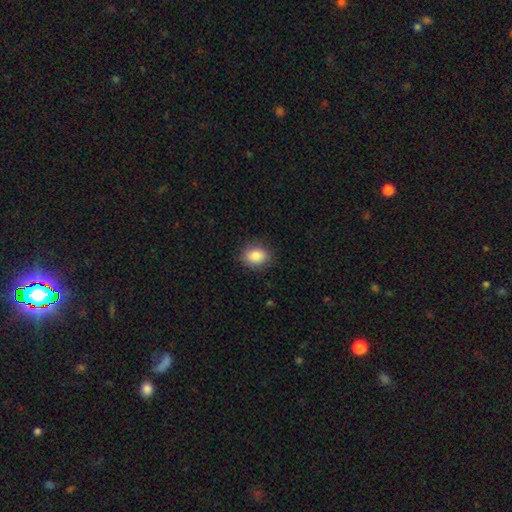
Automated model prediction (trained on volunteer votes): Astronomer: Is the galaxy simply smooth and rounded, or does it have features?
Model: smooth — 86%.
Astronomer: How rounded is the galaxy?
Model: in between — 60% (runner-up: round, 39%).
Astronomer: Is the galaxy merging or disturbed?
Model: none — 87%.